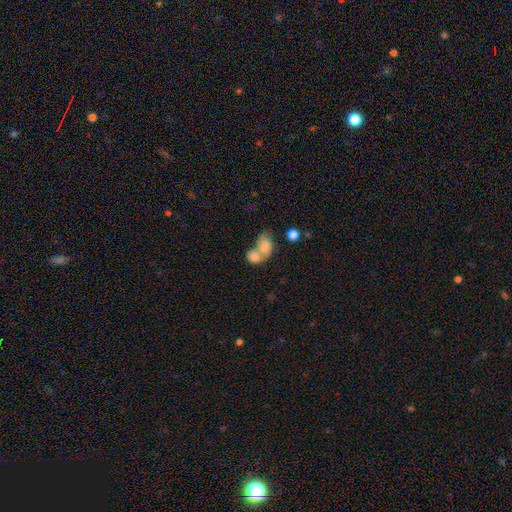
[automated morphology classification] Smooth or featured? smooth (78%)
How rounded? in between (66%)
Merging? merger (72%)